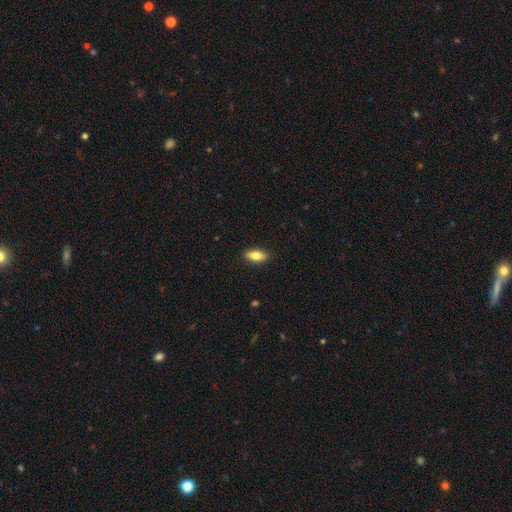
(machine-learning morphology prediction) A smooth galaxy with no disk features (81%) that is in between round and cigar-shaped (83%). Merging: none (88%).